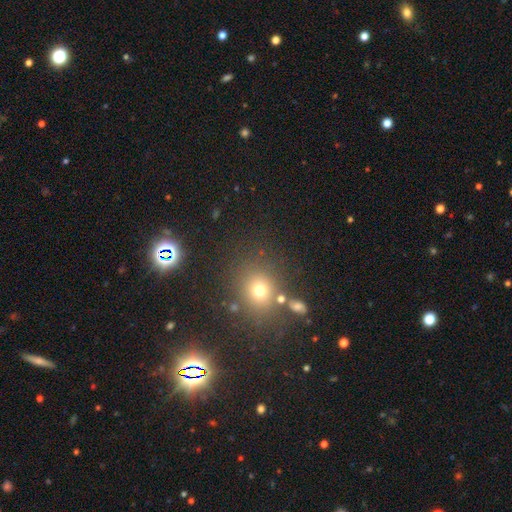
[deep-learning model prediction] star or artifact 48%, smooth 43%, featured or disk 9%.